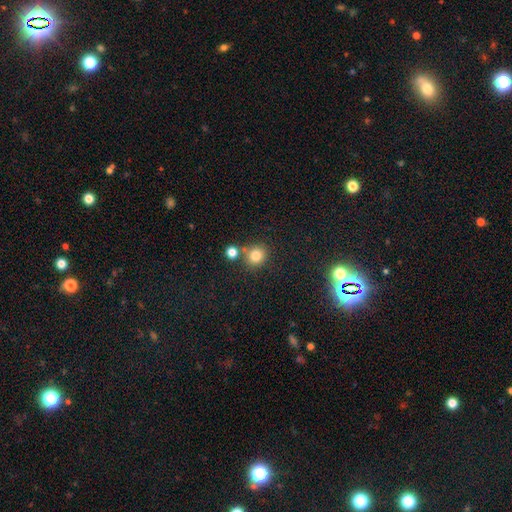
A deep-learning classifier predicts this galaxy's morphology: This appears to be a smooth galaxy with no disk features (80%) that is round (86%). Merging: none (71%).